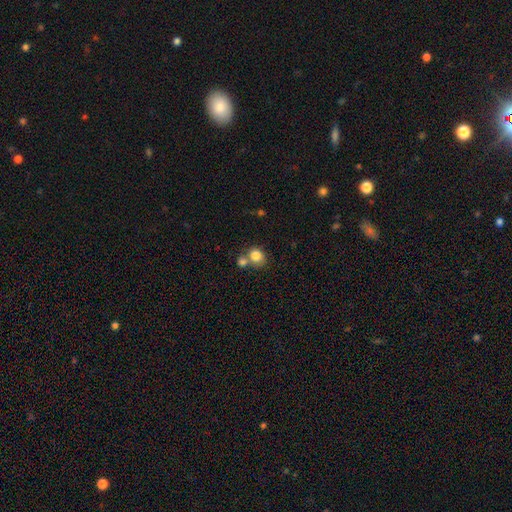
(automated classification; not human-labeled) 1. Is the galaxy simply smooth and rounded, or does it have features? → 82% smooth, 10% star or artifact, 8% featured or disk.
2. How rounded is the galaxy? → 73% round, 26% in between, 1% cigar-shaped.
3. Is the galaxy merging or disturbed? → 46% none, 41% merger, 9% minor disturbance, 4% major disturbance.